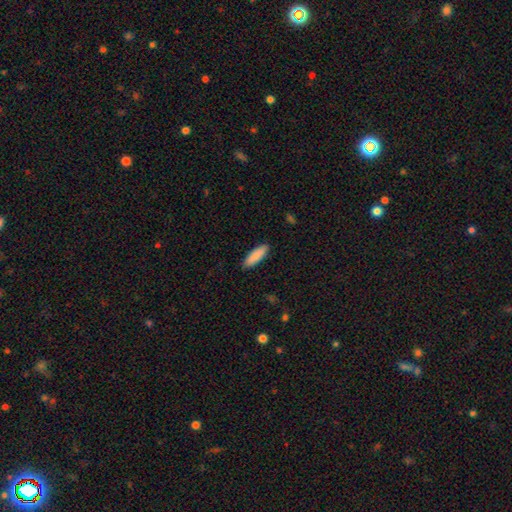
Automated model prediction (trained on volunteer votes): Morphology: type=smooth (89%); roundness=cigar-shaped (54%); merging=none (90%).